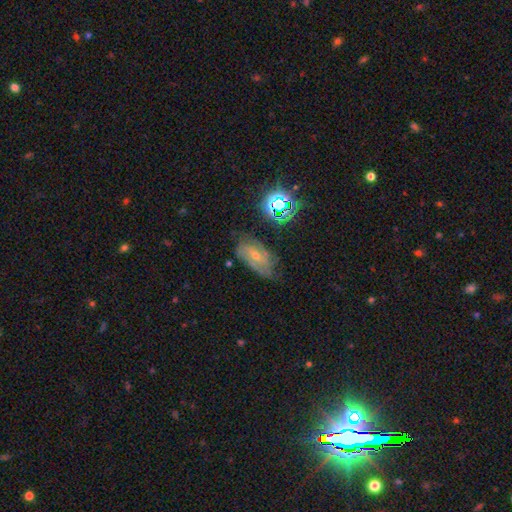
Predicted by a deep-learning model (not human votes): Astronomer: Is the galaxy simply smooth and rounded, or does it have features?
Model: featured or disk — 68%.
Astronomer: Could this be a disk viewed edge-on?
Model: no — 95%.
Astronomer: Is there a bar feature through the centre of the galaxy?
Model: weak — 45% (runner-up: no, 40%).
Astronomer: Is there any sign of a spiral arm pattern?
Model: yes — 93%.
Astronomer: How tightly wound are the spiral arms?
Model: tight — 49% (runner-up: medium, 39%).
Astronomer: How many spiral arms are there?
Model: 2 — 44% (runner-up: can't tell, 28%).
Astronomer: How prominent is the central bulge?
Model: small — 60% (runner-up: moderate, 36%).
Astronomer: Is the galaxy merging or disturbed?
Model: none — 67%.